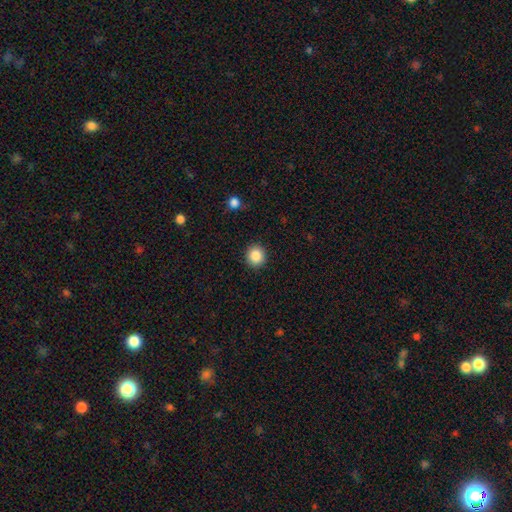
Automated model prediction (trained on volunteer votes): Overall: smooth (87%). How rounded: round (87%). Merging: none (91%).